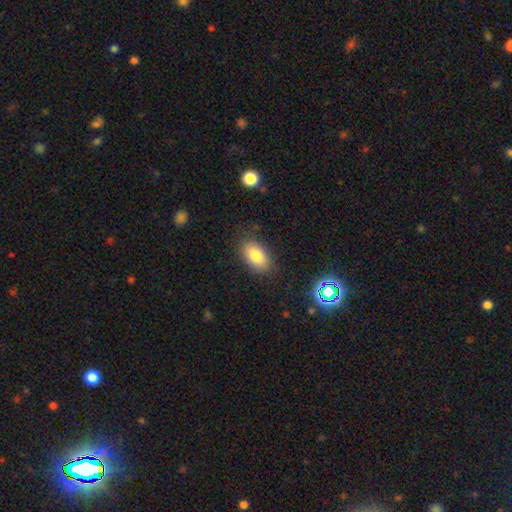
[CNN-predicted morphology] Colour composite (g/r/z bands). It shows a smooth galaxy with no disk features (82%) that is in between round and cigar-shaped (91%). Merging: none (82%).